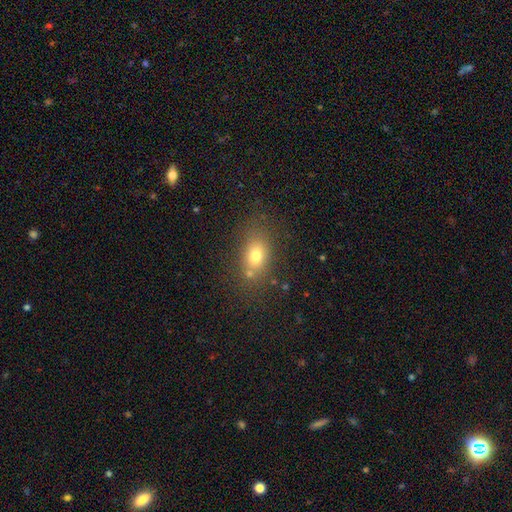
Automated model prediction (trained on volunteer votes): smooth 73%, star or artifact 14%, featured or disk 13%. Down the decision tree: how rounded — in between (71%); merging — none (71%).